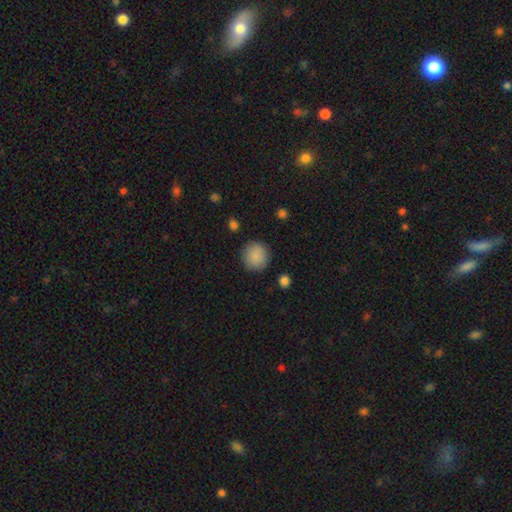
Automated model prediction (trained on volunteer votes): This is clearly a smooth galaxy (88%). How rounded: clearly round (90%). Merging: clearly none (88%).